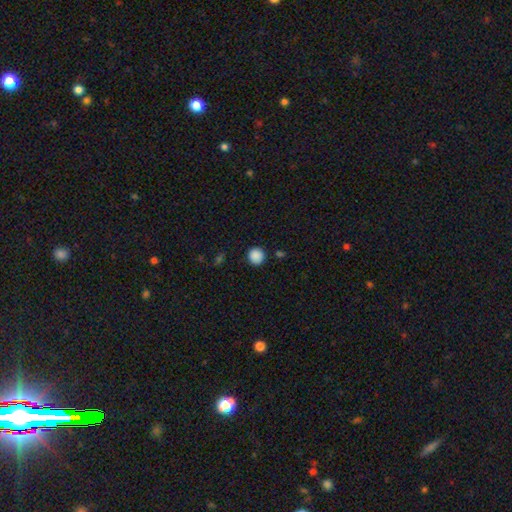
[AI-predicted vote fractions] smooth 88%, star or artifact 9%, featured or disk 3%. Down the decision tree: how rounded — round (93%); merging — none (89%).